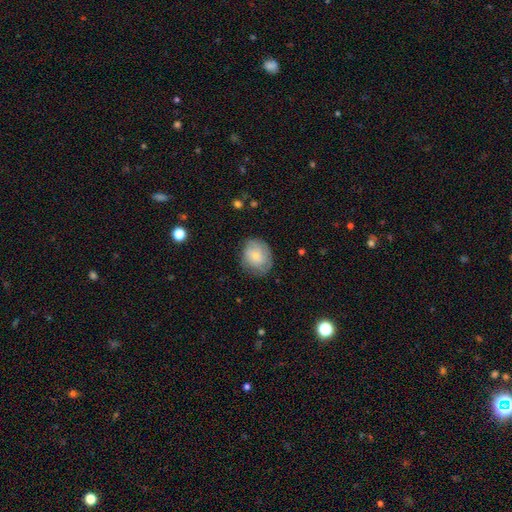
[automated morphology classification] This is possibly a smooth galaxy (58%). How rounded: possibly round (60%). Merging: likely none (72%).